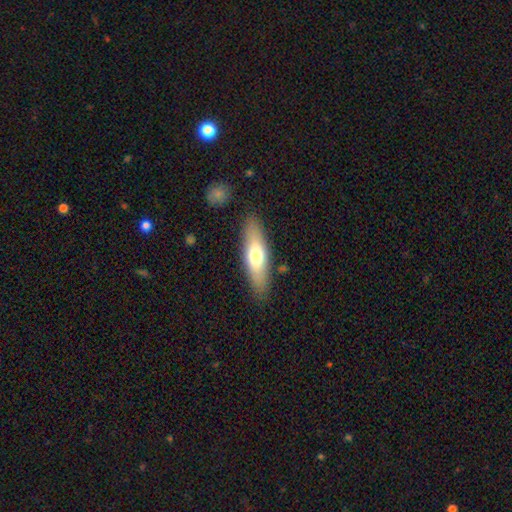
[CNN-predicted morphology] smooth 63%, featured or disk 31%, star or artifact 6%. Down the decision tree: how rounded — cigar-shaped (49%, tied with in between); merging — none (85%).